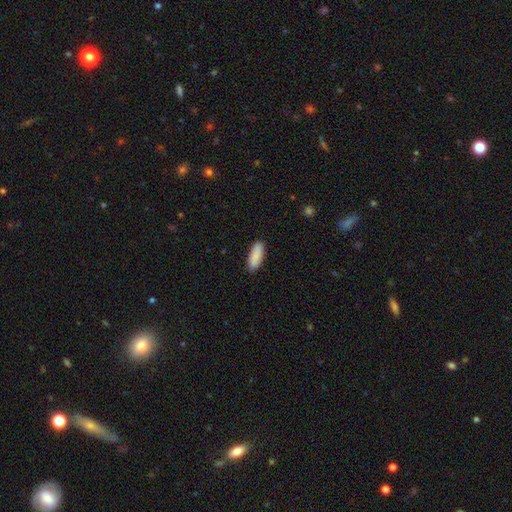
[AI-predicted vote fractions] A smooth galaxy with no disk features (89%) that is in between round and cigar-shaped (68%). Merging: none (89%).